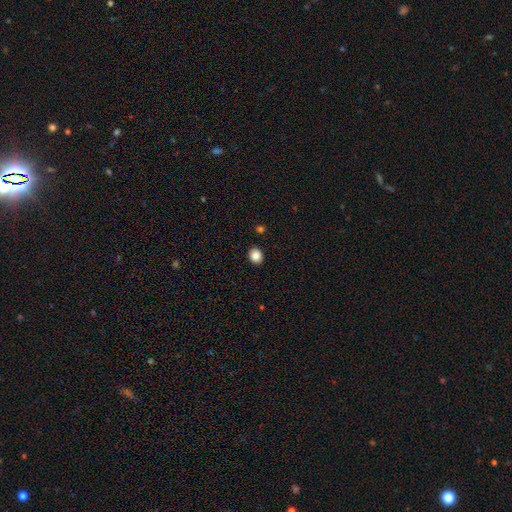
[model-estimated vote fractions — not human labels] smooth-or-featured: smooth: 86% | star or artifact: 10% | featured or disk: 4%
  how-rounded: round: 65% | in between: 34% | cigar-shaped: 1%
  merging: none: 91% | minor disturbance: 6% | major disturbance: 2% | merger: 2%